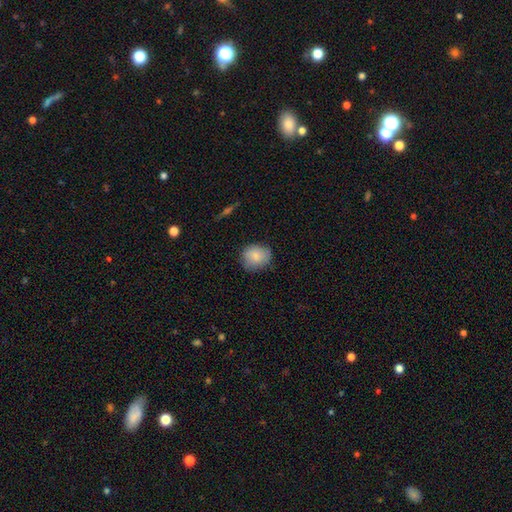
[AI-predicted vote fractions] A smooth galaxy with no disk features (84%) that is round (69%).

Vote fractions:
- Smooth or featured? smooth: 84% / featured or disk: 9% / star or artifact: 7%
- How rounded? round: 69% / in between: 30% / cigar-shaped: 1%
- Merging? none: 76% / minor disturbance: 19% / major disturbance: 4% / merger: 1%